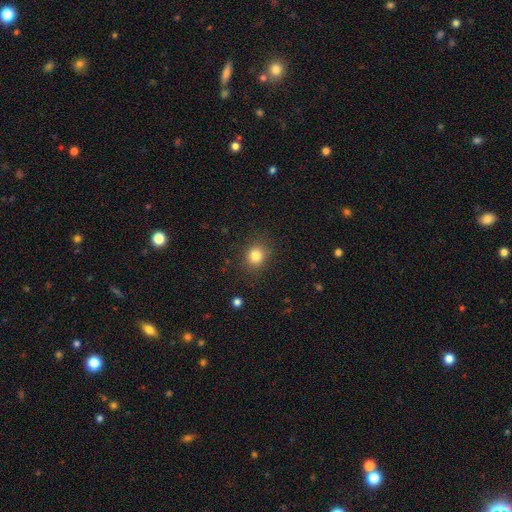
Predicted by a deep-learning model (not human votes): smooth-or-featured: smooth: 82% | star or artifact: 11% | featured or disk: 6%
  how-rounded: round: 72% | in between: 27% | cigar-shaped: 1%
  merging: none: 83% | minor disturbance: 11% | major disturbance: 4% | merger: 1%